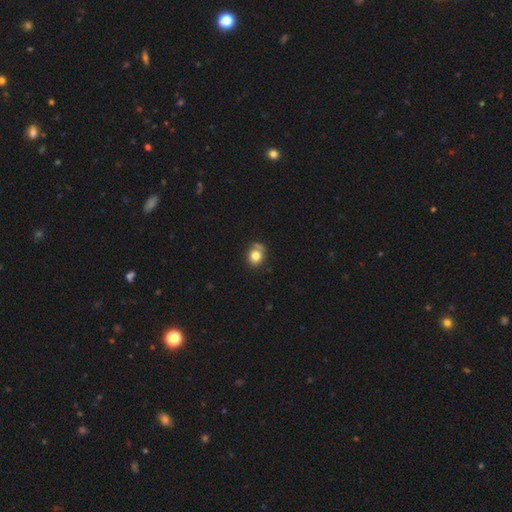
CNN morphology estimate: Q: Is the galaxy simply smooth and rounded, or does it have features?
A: smooth — 79%.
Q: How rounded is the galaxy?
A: round — 71%.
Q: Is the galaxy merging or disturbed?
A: none — 65%.